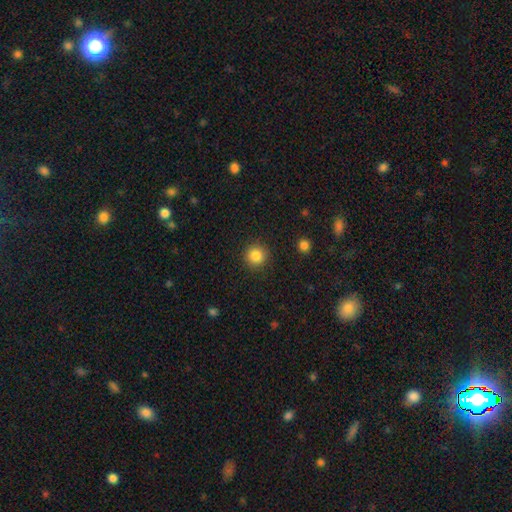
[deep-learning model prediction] Smooth or featured? Predicted: smooth (p=0.84). How rounded? Predicted: round (p=0.94). Merging? Predicted: none (p=0.91).